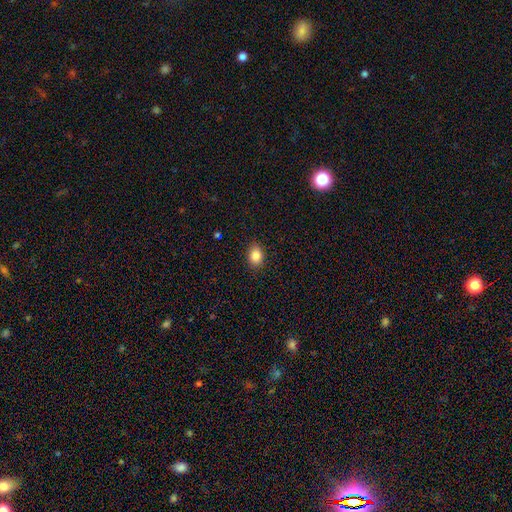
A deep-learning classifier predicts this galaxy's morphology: A smooth galaxy with no disk features (85%) that is in between round and cigar-shaped (70%). Merging: none (88%).